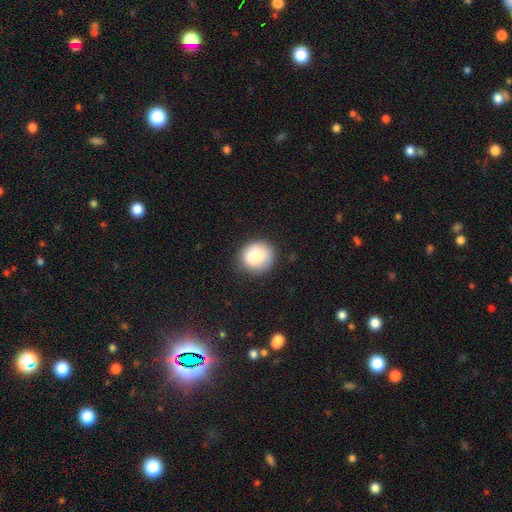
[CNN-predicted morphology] smooth 82%, featured or disk 10%, star or artifact 8%. Down the decision tree: how rounded — round (84%); merging — none (81%).